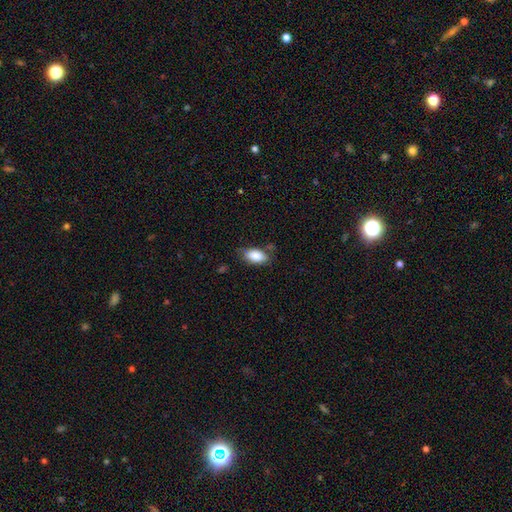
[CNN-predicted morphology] This is clearly a smooth galaxy (86%). How rounded: clearly in between (92%). Merging: likely none (68%).